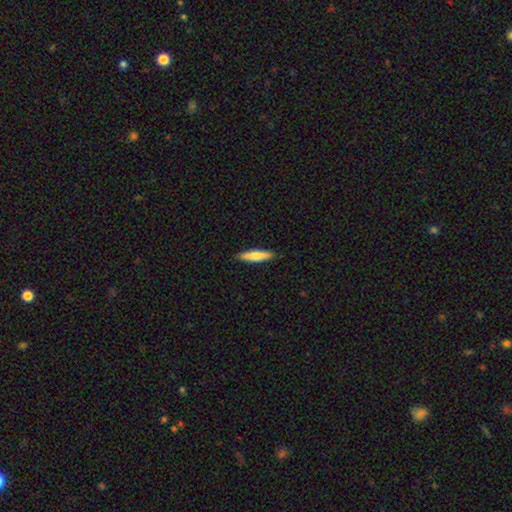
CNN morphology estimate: Smooth or featured: smooth — 71% (featured or disk — 23%)
How rounded: cigar-shaped — 79% (in between — 20%)
Merging: none — 89% (minor disturbance — 8%)